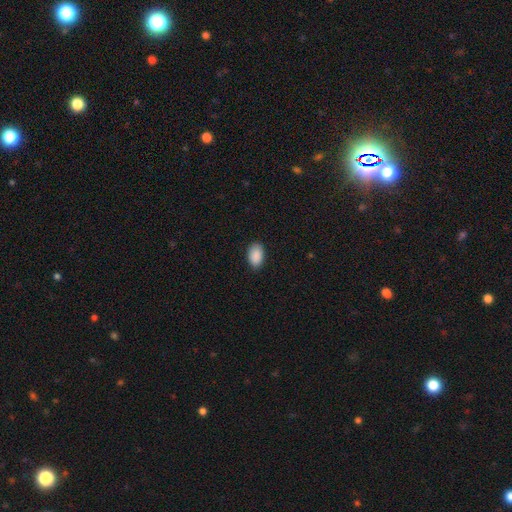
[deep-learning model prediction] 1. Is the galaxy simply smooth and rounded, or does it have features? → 91% smooth, 7% star or artifact, 3% featured or disk.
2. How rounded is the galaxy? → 92% in between, 7% round, 1% cigar-shaped.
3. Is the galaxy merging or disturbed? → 86% none, 11% minor disturbance, 2% major disturbance, 1% merger.